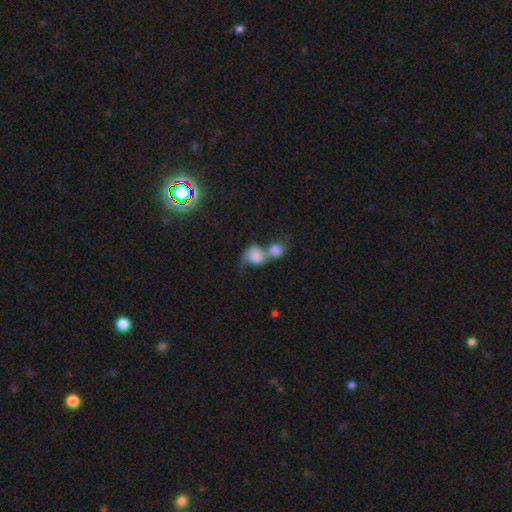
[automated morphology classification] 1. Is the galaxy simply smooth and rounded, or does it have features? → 74% smooth, 17% featured or disk, 9% star or artifact.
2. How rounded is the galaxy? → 55% round, 43% in between, 2% cigar-shaped.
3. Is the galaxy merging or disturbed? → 74% merger, 11% none, 8% major disturbance, 6% minor disturbance.